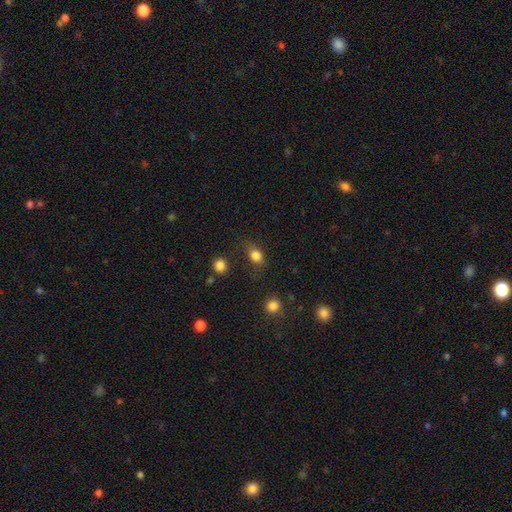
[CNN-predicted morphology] The model was most divided on "how rounded": in between: 57%, round: 40%, cigar-shaped: 3%. More confident: smooth or featured — smooth (82%); merging — none (67%).